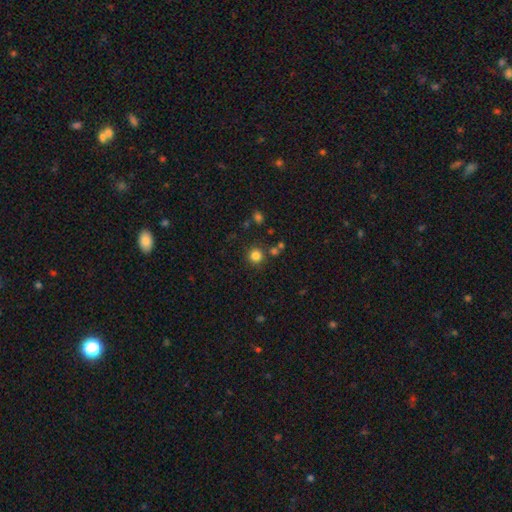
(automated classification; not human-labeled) Q: Smooth or featured?
A: smooth (82%); runner-up: star or artifact (13%)
Q: How rounded?
A: round (93%); runner-up: in between (6%)
Q: Merging?
A: none (83%); runner-up: minor disturbance (7%)